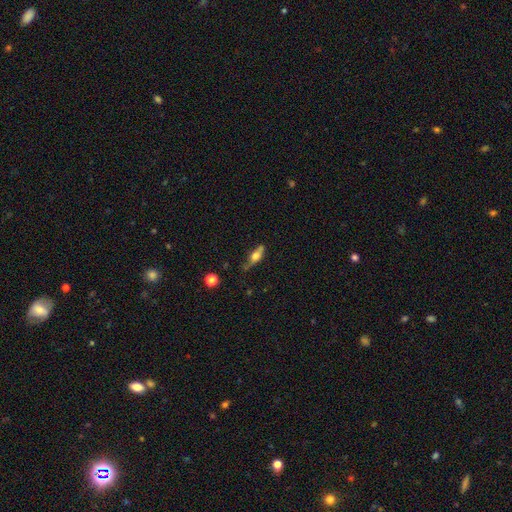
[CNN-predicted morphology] A smooth galaxy with no disk features (48%). Merging: none (59%).